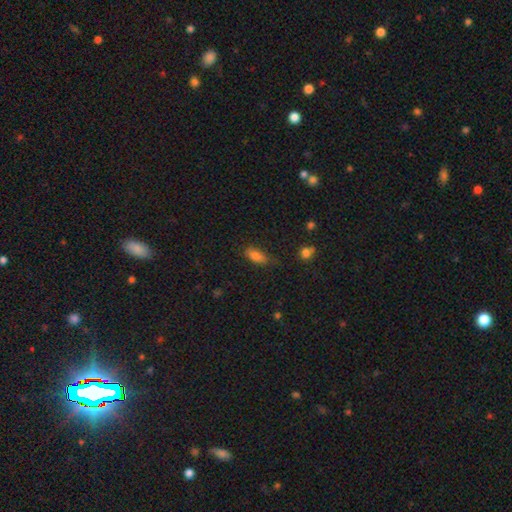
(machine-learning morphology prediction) smooth-or-featured: smooth: 83% | star or artifact: 10% | featured or disk: 7%
  how-rounded: in between: 80% | cigar-shaped: 16% | round: 3%
  merging: none: 66% | minor disturbance: 24% | major disturbance: 6% | merger: 3%